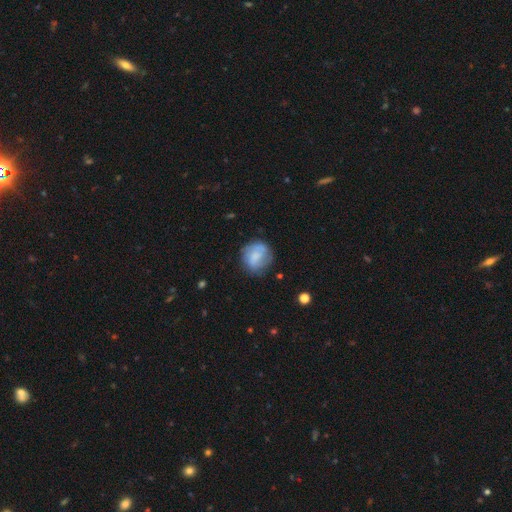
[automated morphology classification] Smooth or featured? smooth (50%)
How rounded? round (80%)
Merging? none (66%)